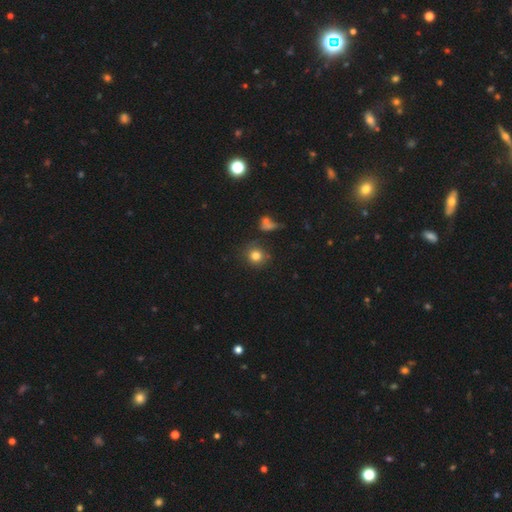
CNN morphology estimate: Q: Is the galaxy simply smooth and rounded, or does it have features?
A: smooth — 80%.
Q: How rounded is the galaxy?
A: round — 89%.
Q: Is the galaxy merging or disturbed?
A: none — 78%.